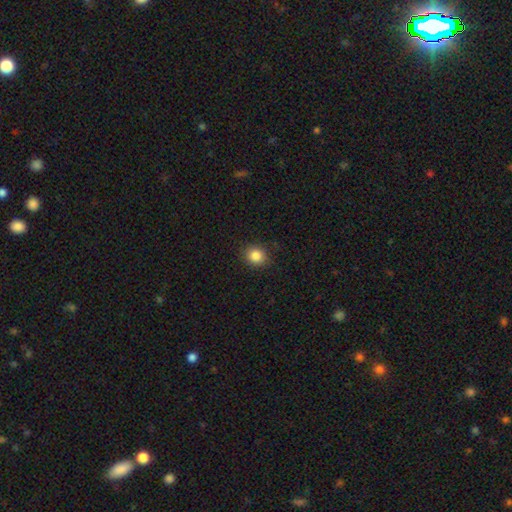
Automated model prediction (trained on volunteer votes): A smooth galaxy with no disk features (85%) that is round (81%). Merging: none (87%).